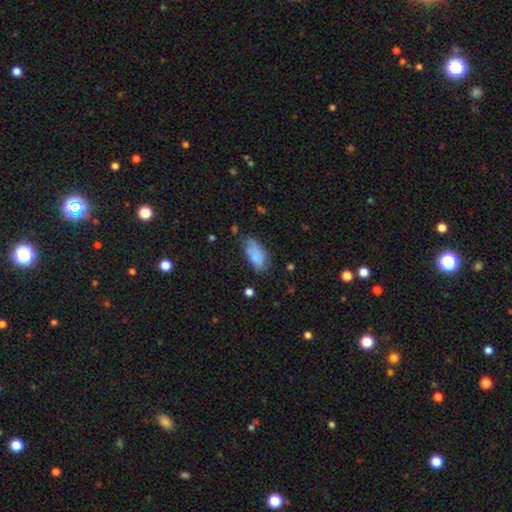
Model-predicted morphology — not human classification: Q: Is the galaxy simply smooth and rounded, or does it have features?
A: smooth — 75%.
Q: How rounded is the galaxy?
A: in between — 88%.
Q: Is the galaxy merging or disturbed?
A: none — 45%.